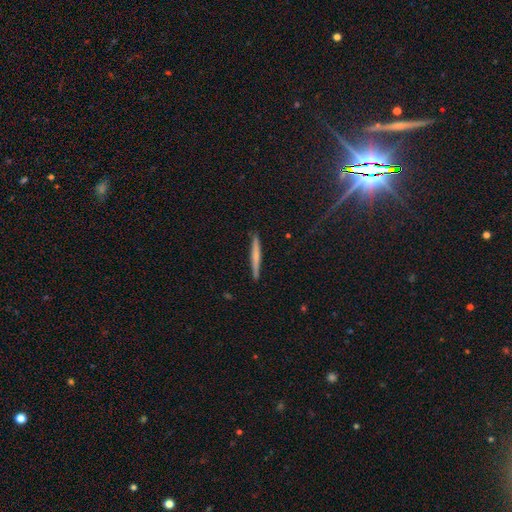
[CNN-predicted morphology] A smooth galaxy with no disk features (53%) that is cigar-shaped (96%).

Vote fractions:
- Smooth or featured? smooth: 53% / featured or disk: 40% / star or artifact: 7%
- How rounded? cigar-shaped: 96% / in between: 3% / round: 1%
- Merging? none: 90% / minor disturbance: 8% / major disturbance: 1% / merger: 1%